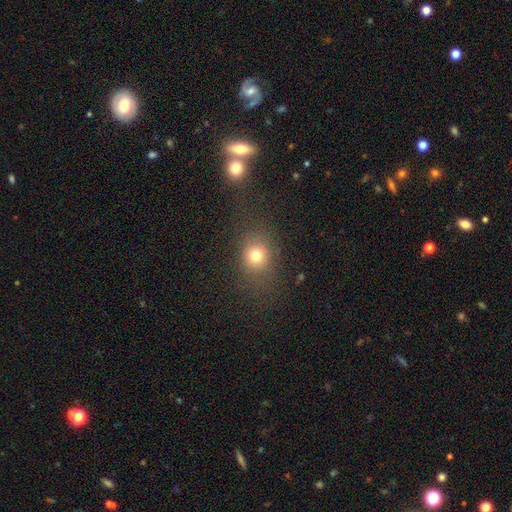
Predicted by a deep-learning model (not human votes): Q: Smooth or featured?
A: smooth (74%); runner-up: star or artifact (16%)
Q: How rounded?
A: round (69%); runner-up: in between (30%)
Q: Merging?
A: none (73%); runner-up: minor disturbance (13%)